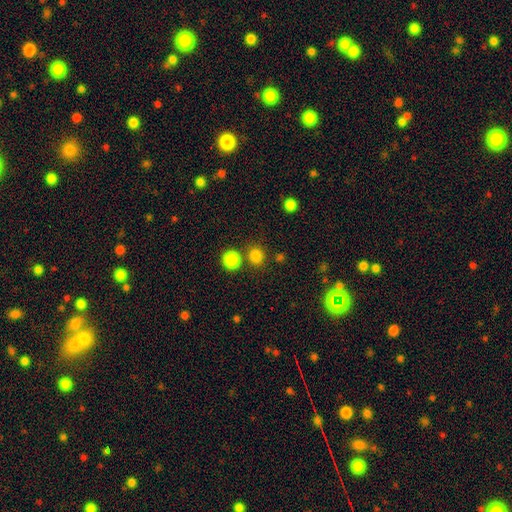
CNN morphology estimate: Smooth or featured? Predicted: smooth (p=0.82). How rounded? Predicted: round (p=0.84). Merging? Predicted: none (p=0.75).